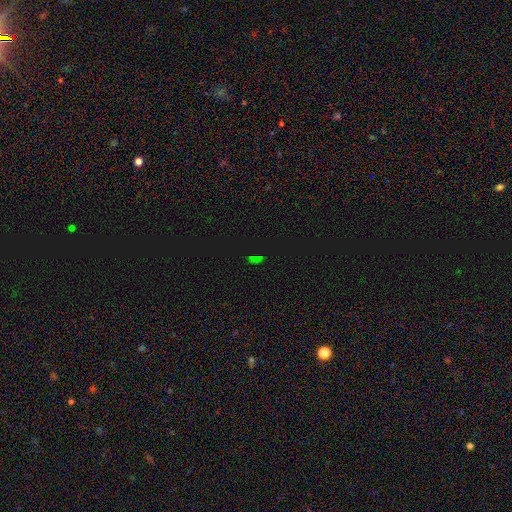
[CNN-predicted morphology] The model was most divided on "smooth or featured": star or artifact: 54%, smooth: 37%, featured or disk: 10%.